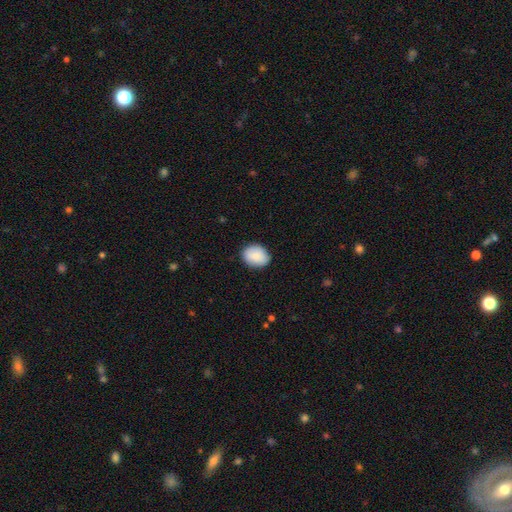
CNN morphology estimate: smooth 86%, featured or disk 7%, star or artifact 7%. Down the decision tree: how rounded — in between (56%); merging — none (84%).